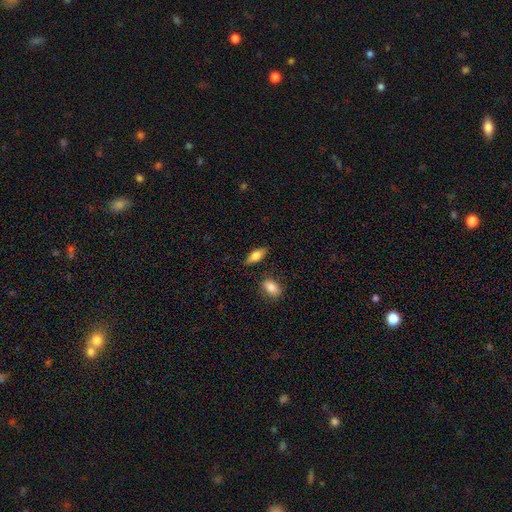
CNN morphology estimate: Smooth or featured?
  - smooth: 71% *
  - featured or disk: 22%
  - star or artifact: 7%
How rounded?
  - in between: 78% *
  - cigar-shaped: 19%
  - round: 3%
Merging?
  - none: 82% *
  - minor disturbance: 11%
  - merger: 4%
  - major disturbance: 3%